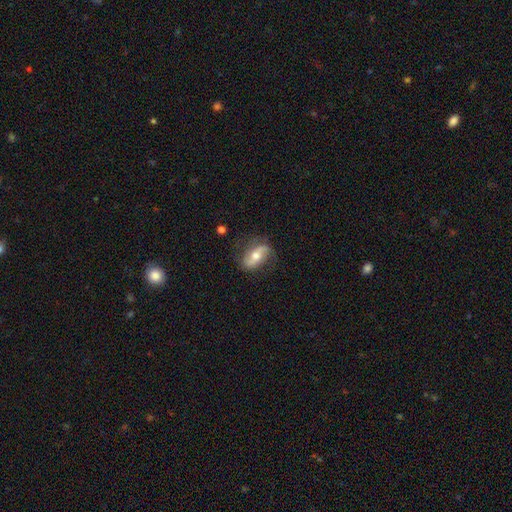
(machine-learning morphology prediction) featured or disk 61%, smooth 31%, star or artifact 7%. Down the decision tree: edge-on disk — no (91%); bar — no (41%); spiral arms — yes (83%); bulge size — moderate (69%); merging — none (71%).